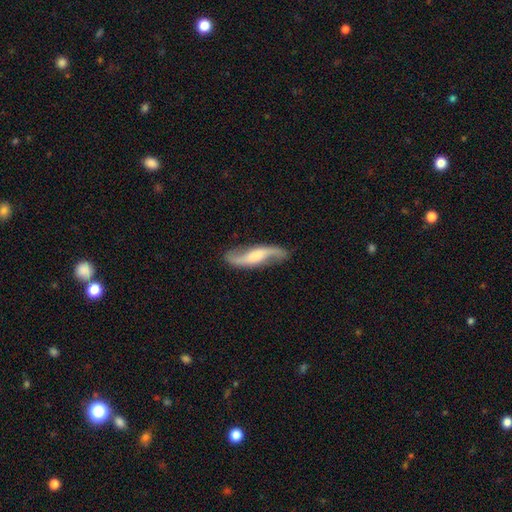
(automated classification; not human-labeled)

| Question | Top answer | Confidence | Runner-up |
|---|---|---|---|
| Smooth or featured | featured or disk | 83% | smooth (13%) |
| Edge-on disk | no | 87% | yes (13%) |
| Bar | no | 40% | weak (38%) |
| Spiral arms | yes | 96% | no (4%) |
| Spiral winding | loose | 81% | medium (14%) |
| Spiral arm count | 2 | 93% | can't tell (2%) |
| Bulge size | moderate | 39% | small (26%) |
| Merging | none | 82% | minor disturbance (12%) |